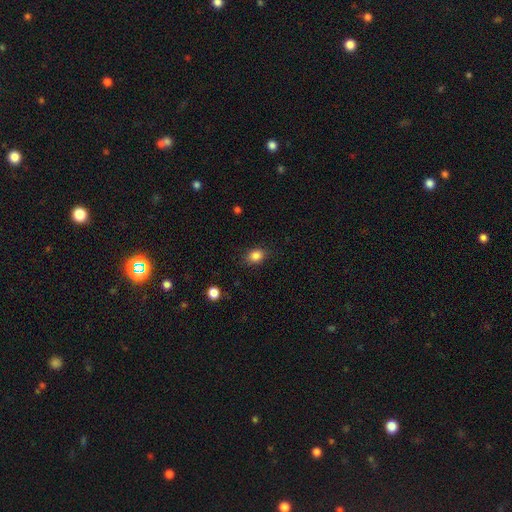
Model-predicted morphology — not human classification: Smooth or featured? smooth (85%)
How rounded? in between (60%)
Merging? none (84%)